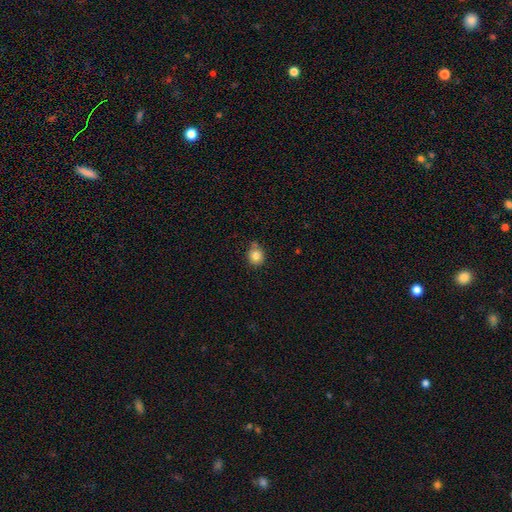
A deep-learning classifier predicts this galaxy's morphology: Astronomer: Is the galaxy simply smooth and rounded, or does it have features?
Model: smooth — 83%.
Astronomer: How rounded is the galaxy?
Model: round — 84%.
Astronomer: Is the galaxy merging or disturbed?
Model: none — 67%.